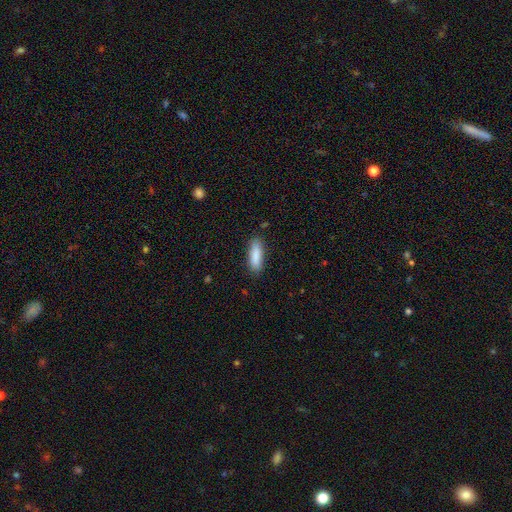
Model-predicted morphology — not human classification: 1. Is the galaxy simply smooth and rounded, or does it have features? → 87% smooth, 6% featured or disk, 6% star or artifact.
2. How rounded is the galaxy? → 50% in between, 48% cigar-shaped, 2% round.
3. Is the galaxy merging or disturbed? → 84% none, 12% minor disturbance, 3% major disturbance, 1% merger.